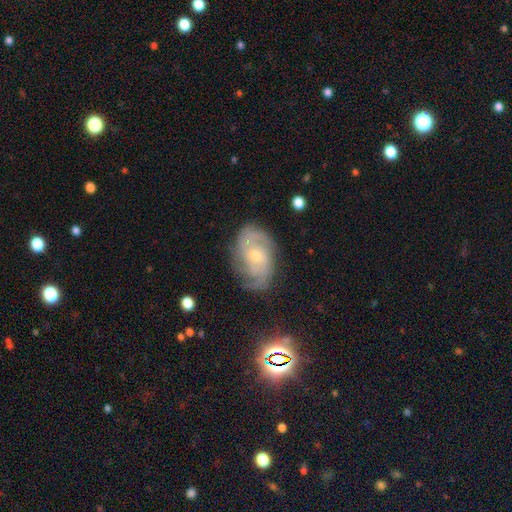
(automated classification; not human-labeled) Smooth or featured? Predicted: featured or disk (p=0.82). Edge-on disk? Predicted: no (p=0.96). Bar? Predicted: no (p=0.63). Spiral arms? Predicted: yes (p=0.95). Spiral winding? Predicted: tight (p=0.50). Spiral arm count? Predicted: 2 (p=0.38). Bulge size? Predicted: small (p=0.55). Merging? Predicted: none (p=0.73).